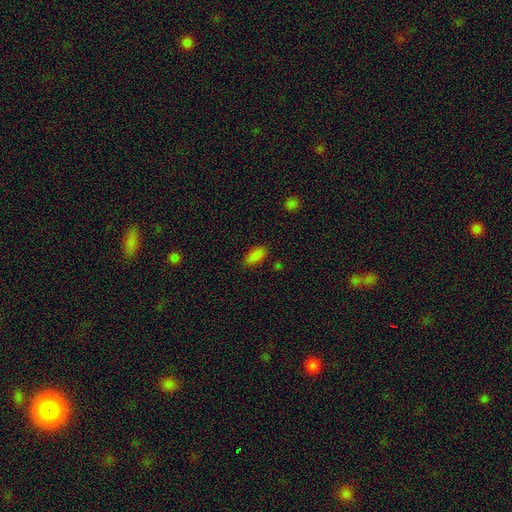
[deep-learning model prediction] Q: Smooth or featured?
A: smooth (86%); runner-up: star or artifact (10%)
Q: How rounded?
A: in between (89%); runner-up: cigar-shaped (9%)
Q: Merging?
A: none (85%); runner-up: minor disturbance (11%)